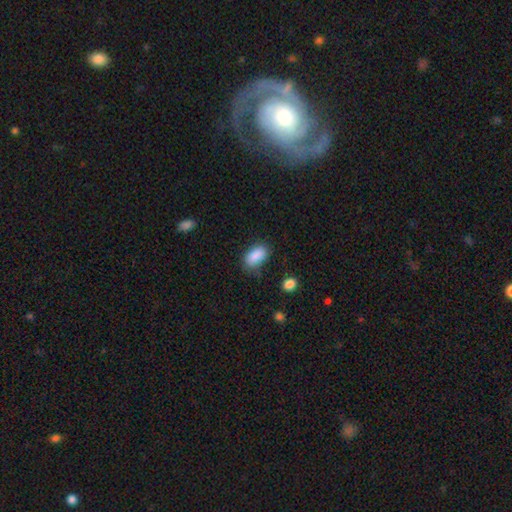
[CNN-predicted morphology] smooth 88%, star or artifact 8%, featured or disk 5%. Down the decision tree: how rounded — in between (92%); merging — none (74%).